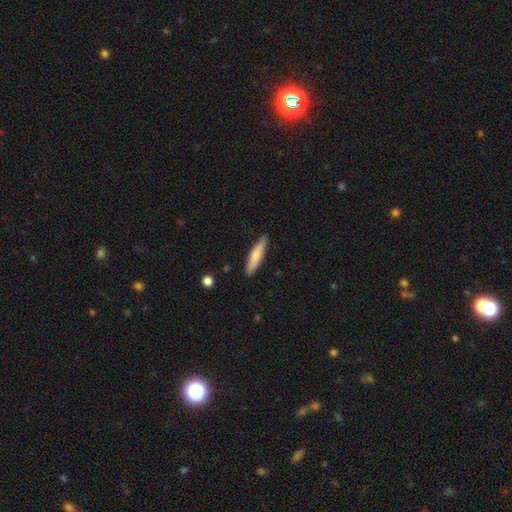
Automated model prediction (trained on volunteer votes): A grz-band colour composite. It shows a smooth galaxy with no disk features (73%) that is cigar-shaped (84%). Merging: none (88%).